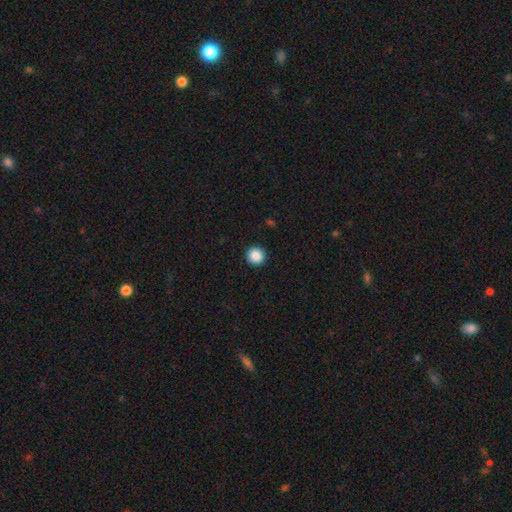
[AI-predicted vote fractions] smooth 88%, star or artifact 9%, featured or disk 3%. Down the decision tree: how rounded — round (96%); merging — none (93%).